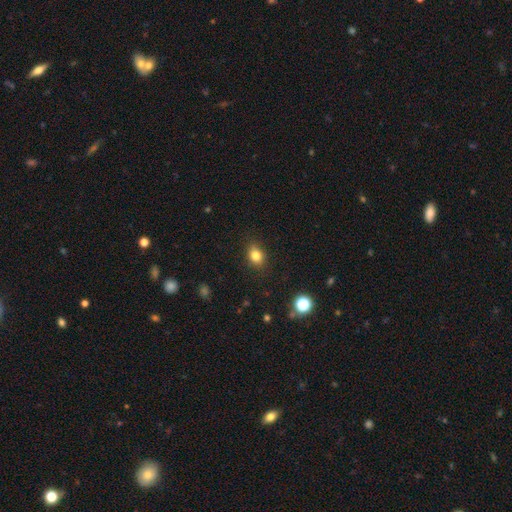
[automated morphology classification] Smooth or featured: smooth — 82% (star or artifact — 11%)
How rounded: in between — 56% (round — 43%)
Merging: none — 84% (minor disturbance — 12%)